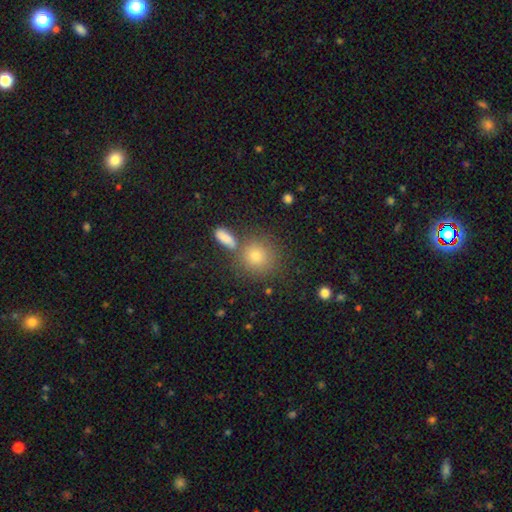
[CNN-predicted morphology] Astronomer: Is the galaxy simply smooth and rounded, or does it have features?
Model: smooth — 78%.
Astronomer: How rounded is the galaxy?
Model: round — 86%.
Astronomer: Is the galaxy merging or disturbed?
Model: none — 67%.